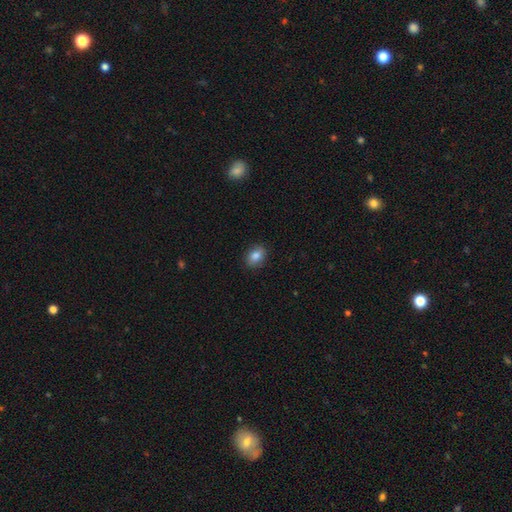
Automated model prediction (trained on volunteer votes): This is clearly a smooth galaxy (84%). How rounded: likely in between (67%). Merging: clearly none (88%).